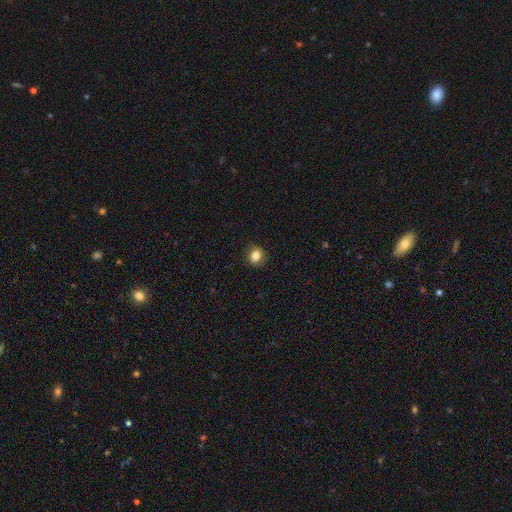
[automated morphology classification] This appears to be a smooth galaxy with no disk features (83%) that is round (60%). Merging: none (86%).